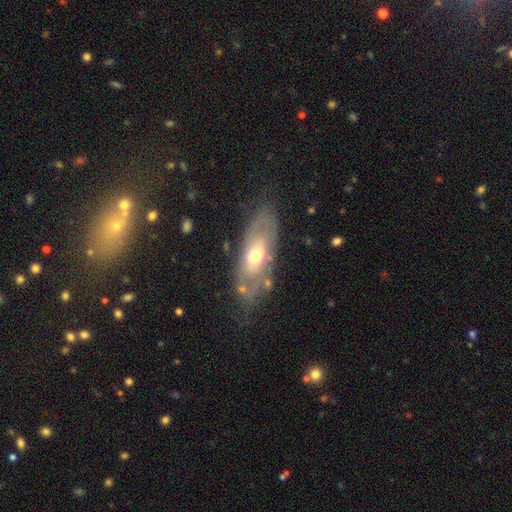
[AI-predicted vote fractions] Morphology: type=featured or disk (58%); edge-on=no (83%); merging=none (64%).